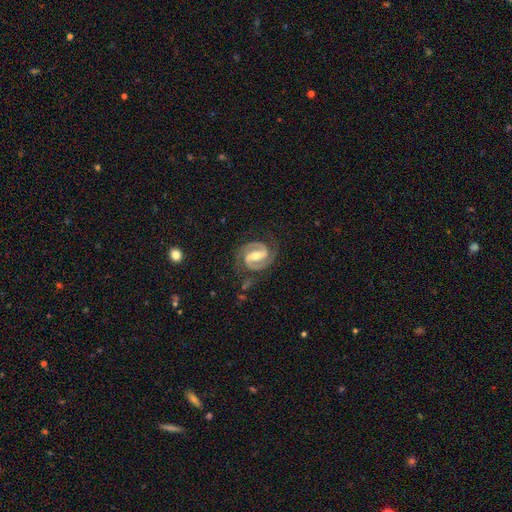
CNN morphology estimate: A featured or disk galaxy (92%) with a strong bar (57%), 2 (94%) medium (50%) spiral arms (98%) and a moderate central bulge (62%). Merging: none (82%).